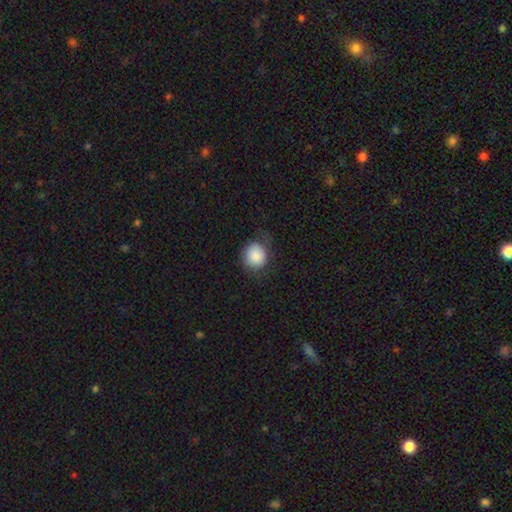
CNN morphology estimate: Q: Smooth or featured?
A: smooth (84%); runner-up: featured or disk (8%)
Q: How rounded?
A: round (80%); runner-up: in between (19%)
Q: Merging?
A: none (65%); runner-up: minor disturbance (23%)